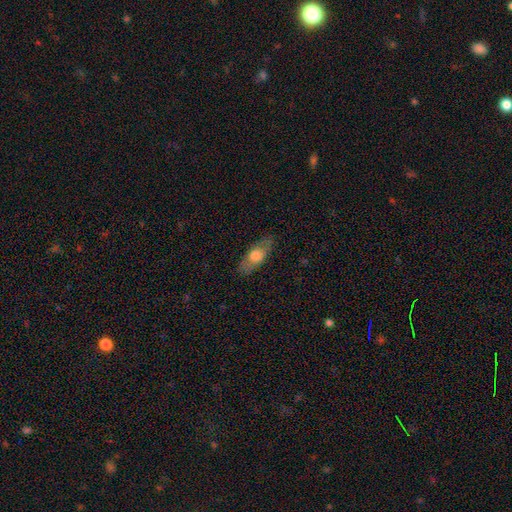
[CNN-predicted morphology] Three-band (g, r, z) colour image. It shows a smooth galaxy with no disk features (63%) that is in between round and cigar-shaped (73%). Merging: none (82%).